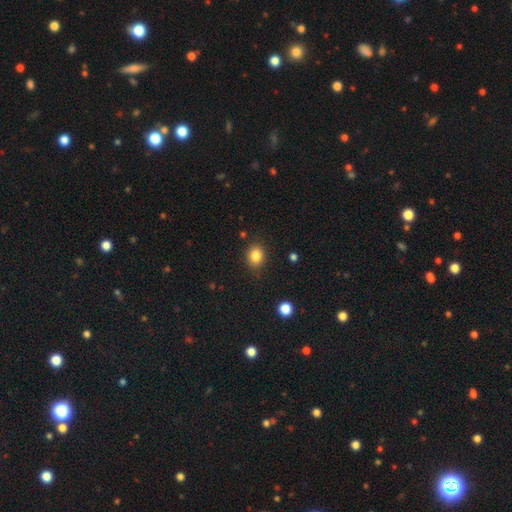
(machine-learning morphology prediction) type=smooth (84%); roundness=round (56%); merging=none (85%).